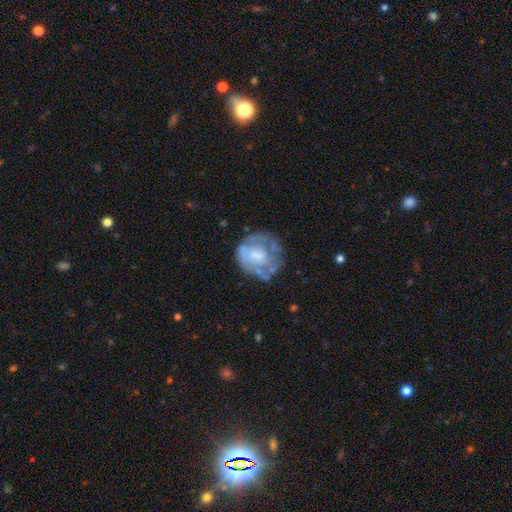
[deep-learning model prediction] featured or disk 60%, smooth 32%, star or artifact 8%. Down the decision tree: edge-on disk — no (98%); bar — no (74%); spiral arms — no (61%); bulge size — moderate (38%); merging — none (53%).